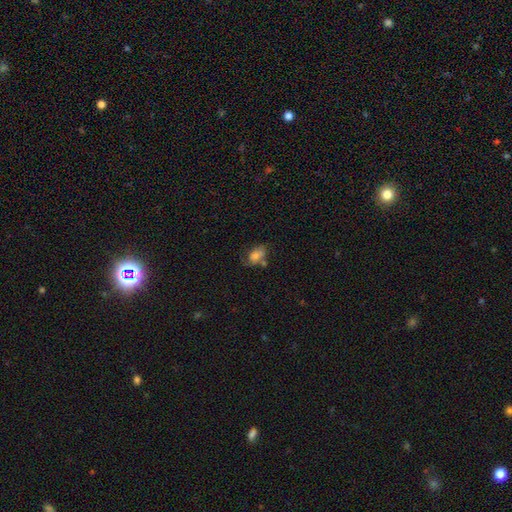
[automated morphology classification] Smooth or featured?
  - smooth: 65% *
  - featured or disk: 26%
  - star or artifact: 10%
How rounded?
  - in between: 87% *
  - round: 10%
  - cigar-shaped: 2%
Merging?
  - none: 40% *
  - minor disturbance: 27%
  - merger: 17%
  - major disturbance: 16%